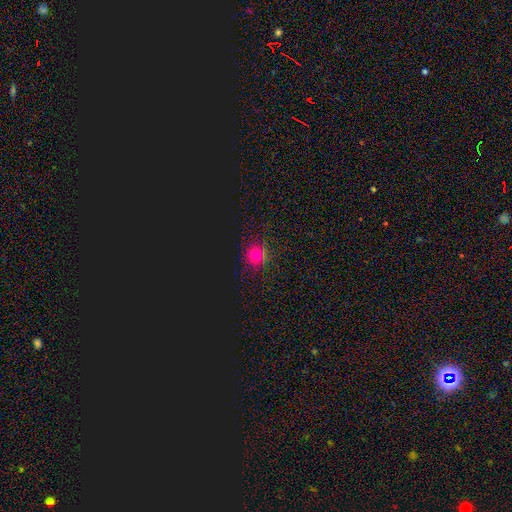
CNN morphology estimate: Overall: smooth (58%; star or artifact 35%). How rounded: round (87%). Merging: none (85%).